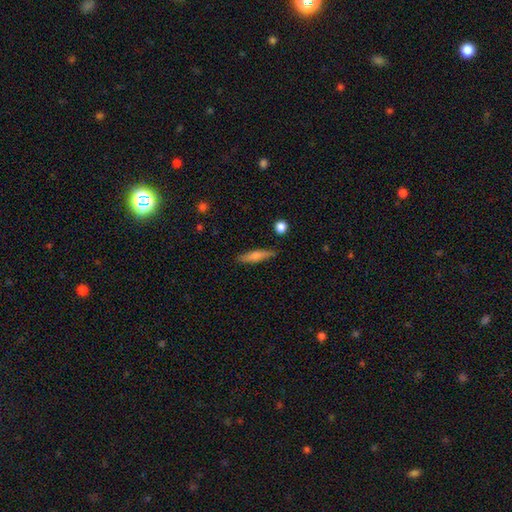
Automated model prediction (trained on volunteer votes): Smooth or featured: smooth — 59% (featured or disk — 35%)
How rounded: cigar-shaped — 81% (in between — 16%)
Merging: none — 86% (minor disturbance — 10%)